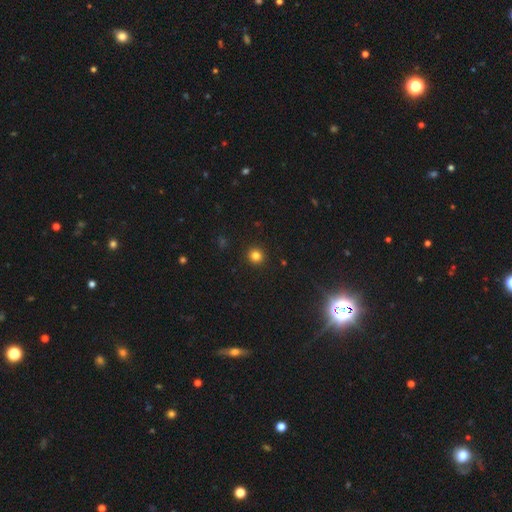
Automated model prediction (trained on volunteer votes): Overall: smooth (82%). How rounded: round (94%). Merging: none (93%).